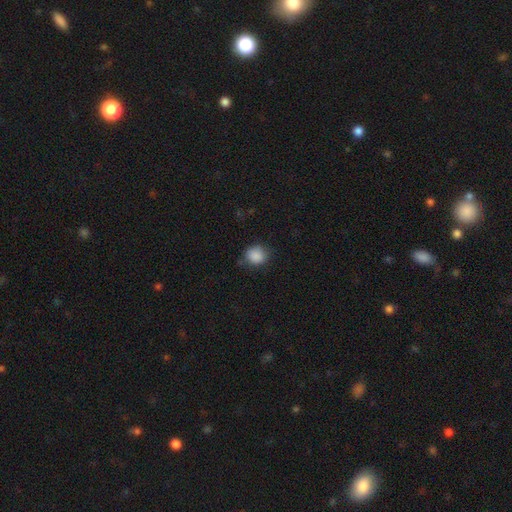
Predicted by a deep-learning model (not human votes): Q: Smooth or featured?
A: smooth (87%); runner-up: star or artifact (9%)
Q: How rounded?
A: round (80%); runner-up: in between (19%)
Q: Merging?
A: none (72%); runner-up: minor disturbance (21%)